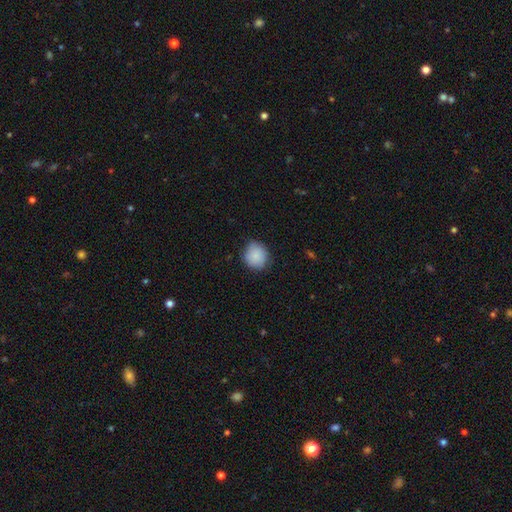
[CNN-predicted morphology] A smooth galaxy with no disk features (88%) that is round (83%). Merging: none (80%).